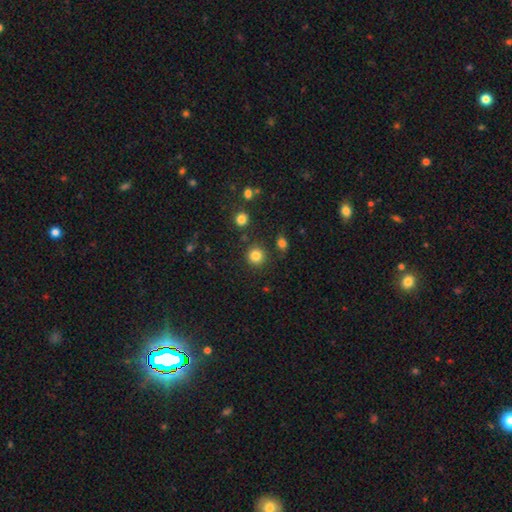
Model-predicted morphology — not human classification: Smooth or featured?
  - smooth: 84% *
  - star or artifact: 12%
  - featured or disk: 4%
How rounded?
  - round: 92% *
  - in between: 7%
  - cigar-shaped: 1%
Merging?
  - none: 87% *
  - minor disturbance: 7%
  - merger: 4%
  - major disturbance: 3%